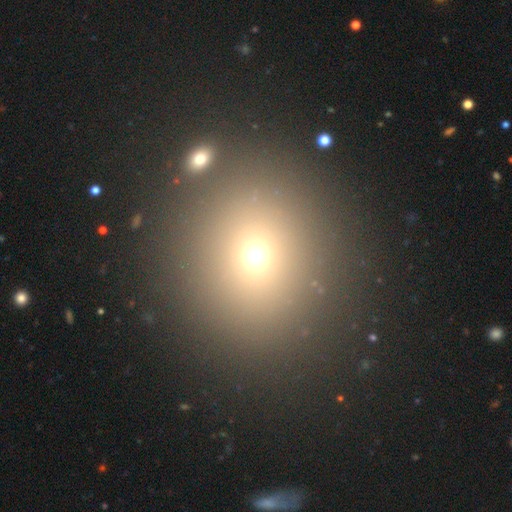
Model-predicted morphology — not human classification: The model was most divided on "smooth or featured": smooth: 67%, star or artifact: 22%, featured or disk: 10%. More confident: merging — none (82%); how rounded — round (75%).